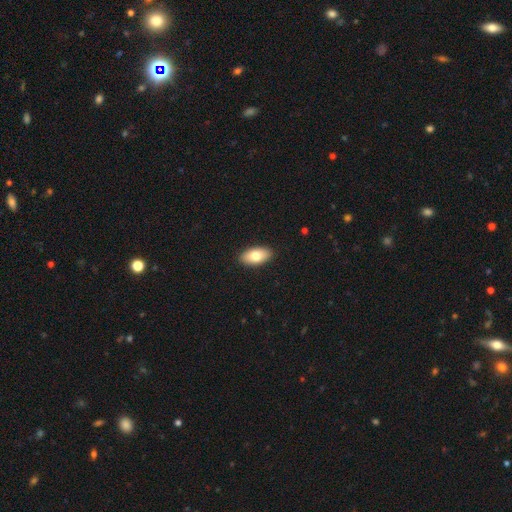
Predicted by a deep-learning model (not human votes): smooth 78%, featured or disk 16%, star or artifact 6%. Down the decision tree: how rounded — in between (94%); merging — none (90%).